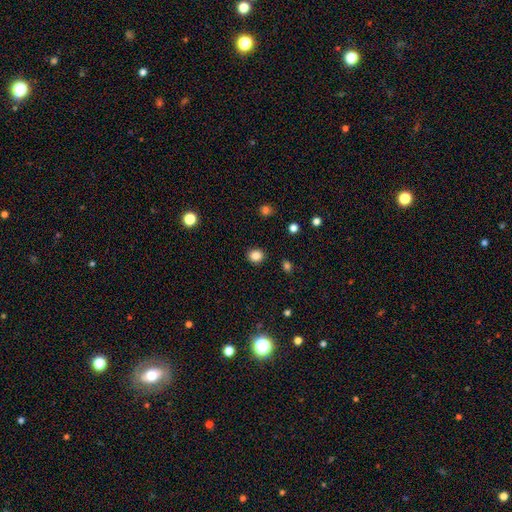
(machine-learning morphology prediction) This appears to be a smooth galaxy with no disk features (85%) that is round (79%). Merging: none (91%).